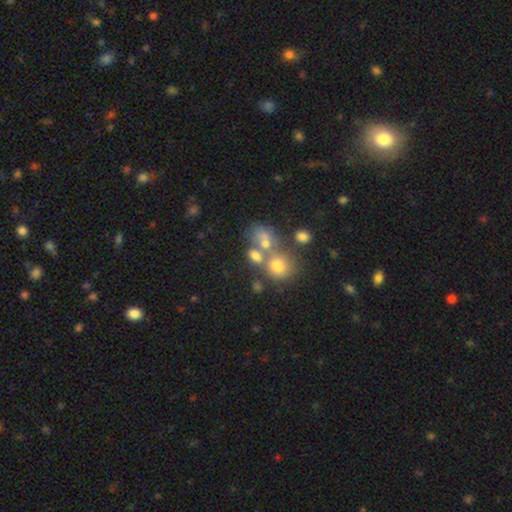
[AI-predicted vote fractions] This is likely a smooth galaxy (66%). How rounded: possibly in between (51%). Merging: possibly merger (47%).